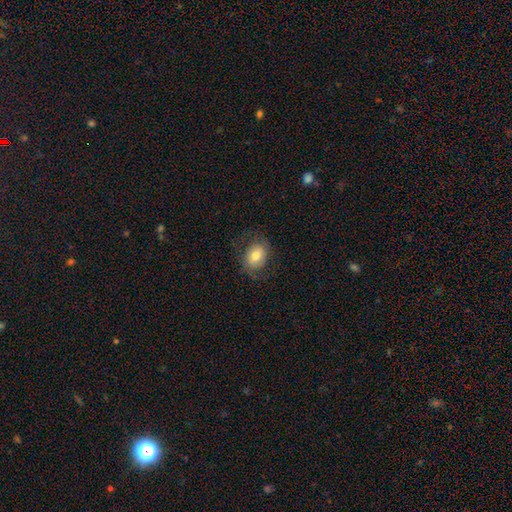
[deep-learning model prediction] Smooth or featured? smooth (66%)
How rounded? in between (60%)
Merging? none (72%)